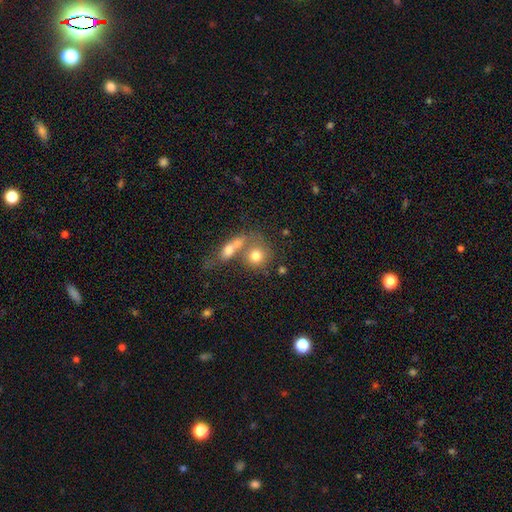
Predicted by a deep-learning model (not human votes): Smooth or featured? smooth (72%)
How rounded? round (79%)
Merging? merger (46%)